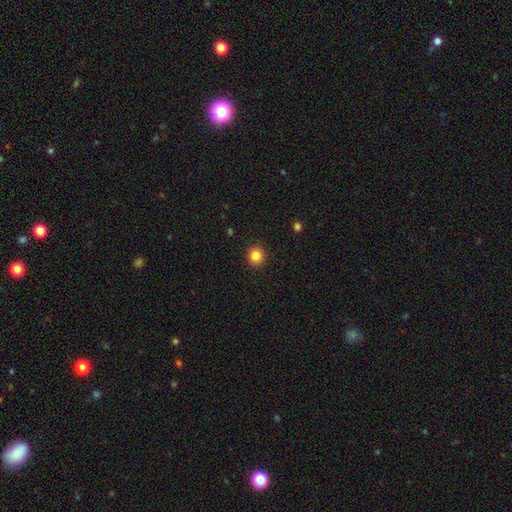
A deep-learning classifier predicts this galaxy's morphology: A smooth galaxy with no disk features (84%) that is round (91%).

Vote fractions:
- Smooth or featured? smooth: 84% / star or artifact: 11% / featured or disk: 5%
- How rounded? round: 91% / in between: 8% / cigar-shaped: 1%
- Merging? none: 92% / minor disturbance: 5% / major disturbance: 2% / merger: 1%